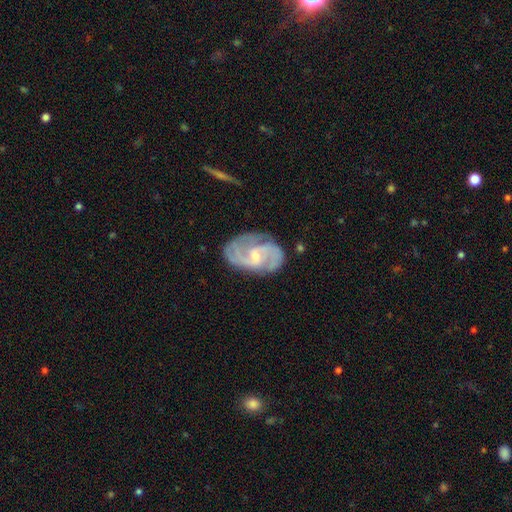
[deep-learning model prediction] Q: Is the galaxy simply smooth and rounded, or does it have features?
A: featured or disk — 87%.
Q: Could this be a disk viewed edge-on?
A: no — 97%.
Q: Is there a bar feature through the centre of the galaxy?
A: weak — 46%.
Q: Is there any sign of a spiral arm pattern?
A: yes — 96%.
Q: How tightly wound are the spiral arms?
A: medium — 48%.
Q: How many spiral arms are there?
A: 2 — 56%.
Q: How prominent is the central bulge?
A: small — 60%.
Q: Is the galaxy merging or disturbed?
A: none — 72%.